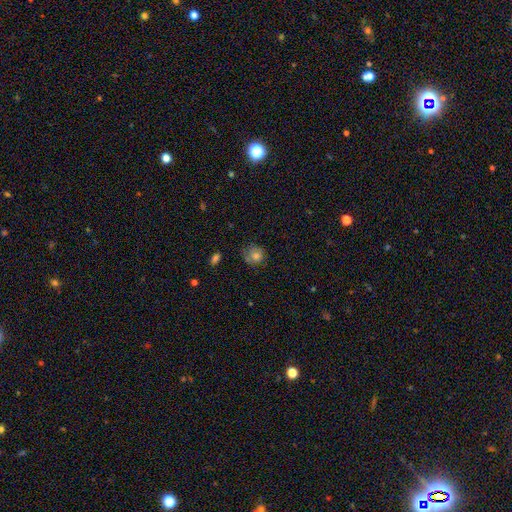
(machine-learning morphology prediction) This appears to be a smooth galaxy with no disk features (73%) that is round (83%). Merging: none (62%).